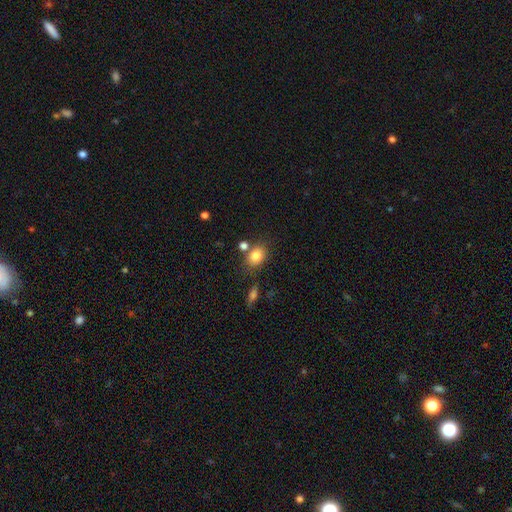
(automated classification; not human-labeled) Smooth or featured: smooth — 82% (star or artifact — 10%)
How rounded: in between — 60% (round — 39%)
Merging: none — 67% (merger — 15%)